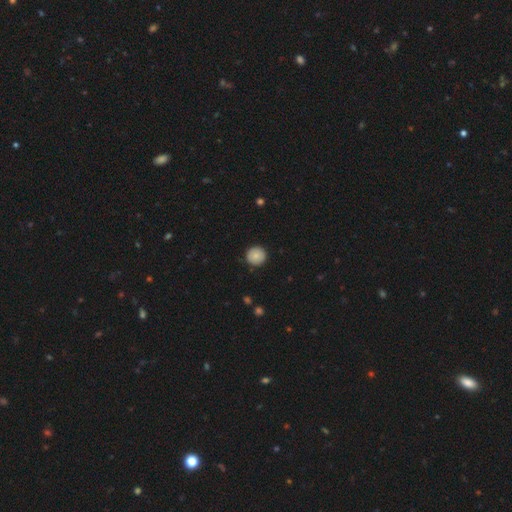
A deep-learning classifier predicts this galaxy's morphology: The model was most divided on "smooth or featured": smooth: 82%, featured or disk: 10%, star or artifact: 8%. More confident: how rounded — round (94%); merging — none (89%).